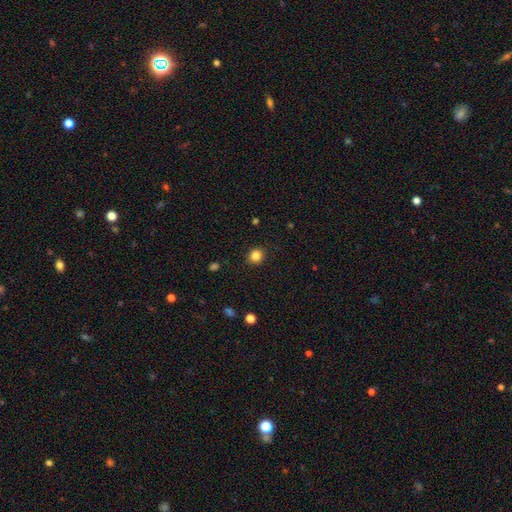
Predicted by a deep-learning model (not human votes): smooth_or_featured: smooth (p=0.84) [alt: star or artifact p=0.11]
how_rounded: round (p=0.82) [alt: in between p=0.17]
merging: none (p=0.90) [alt: minor disturbance p=0.07]